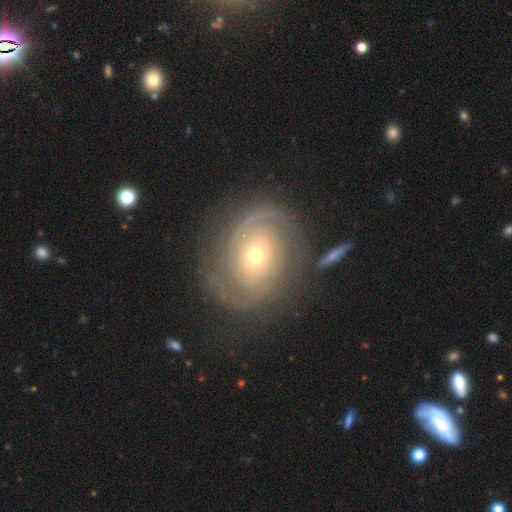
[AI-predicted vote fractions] This appears to be a featured or disk galaxy (86%) with no bar (75%), 2 (65%) tight (71%) spiral arms (95%) and a moderate central bulge (48%). Merging: none (75%).